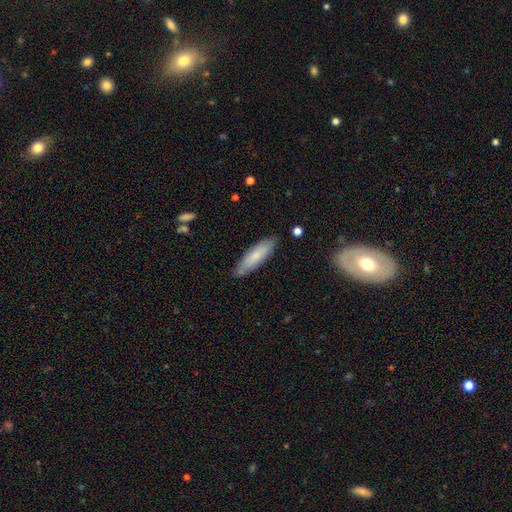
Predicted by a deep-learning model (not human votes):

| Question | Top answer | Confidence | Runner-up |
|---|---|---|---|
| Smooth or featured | smooth | 73% | featured or disk (21%) |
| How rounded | cigar-shaped | 63% | in between (35%) |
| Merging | none | 83% | minor disturbance (13%) |